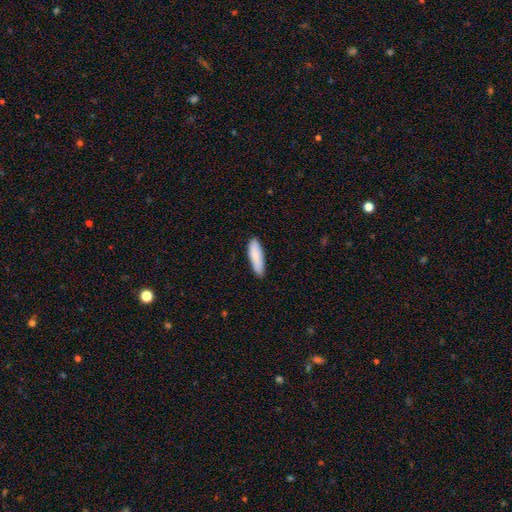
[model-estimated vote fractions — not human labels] This appears to be a smooth galaxy with no disk features (86%) that is cigar-shaped (49%, tied with in between). Merging: none (83%).